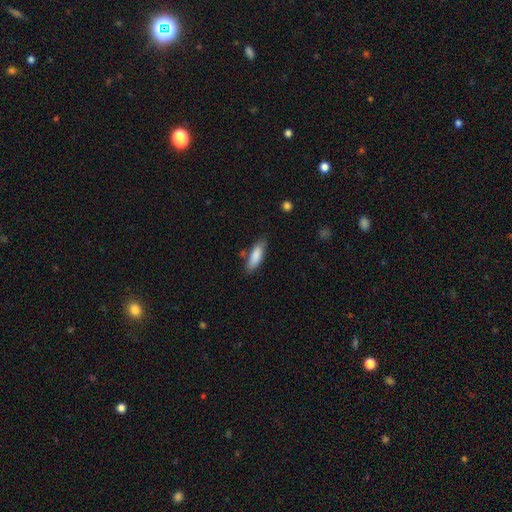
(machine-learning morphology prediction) smooth_or_featured: smooth (p=0.84) [alt: featured or disk p=0.10]
how_rounded: in between (p=0.57) [alt: cigar-shaped p=0.42]
merging: none (p=0.75) [alt: minor disturbance p=0.17]